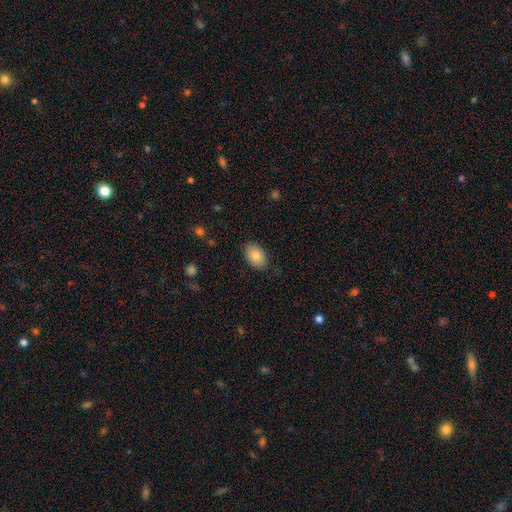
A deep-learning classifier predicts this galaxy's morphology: Smooth or featured? smooth (83%)
How rounded? in between (86%)
Merging? none (85%)